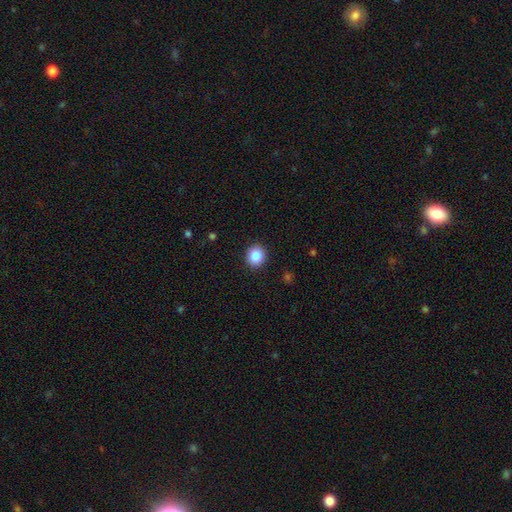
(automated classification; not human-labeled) Smooth or featured? smooth (86%)
How rounded? round (86%)
Merging? none (91%)